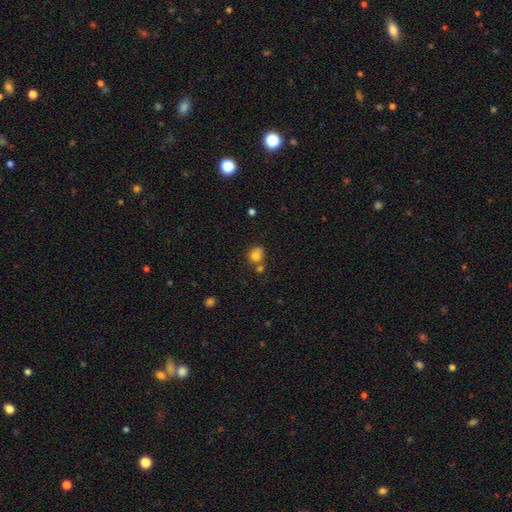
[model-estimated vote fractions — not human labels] Overall: smooth (78%). How rounded: round (74%). Merging: none (46%; merger 30%).